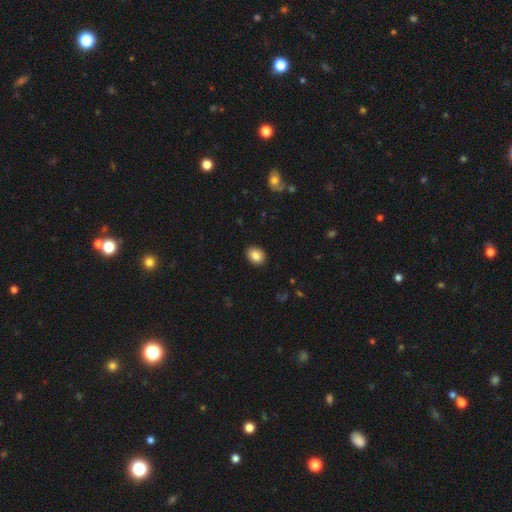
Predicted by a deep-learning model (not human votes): Smooth or featured? smooth (85%)
How rounded? in between (60%)
Merging? none (91%)